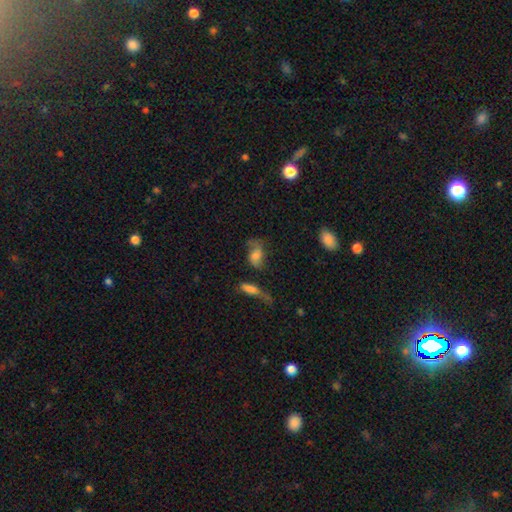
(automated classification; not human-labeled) Smooth or featured? Predicted: smooth (p=0.58). How rounded? Predicted: in between (p=0.83). Merging? Predicted: none (p=0.40).